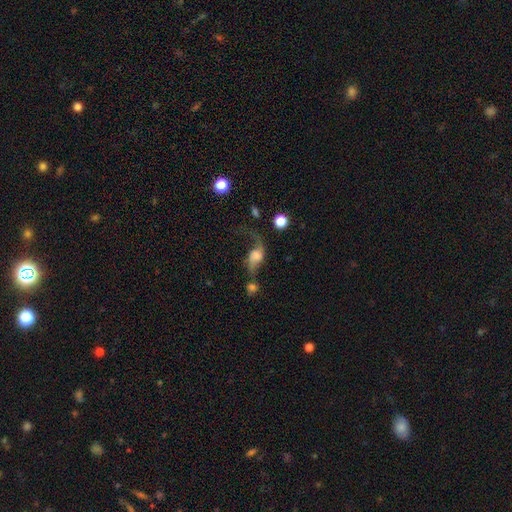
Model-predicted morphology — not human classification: smooth-or-featured: featured or disk: 68% | smooth: 22% | star or artifact: 10%
  disk-edge-on: no: 94% | yes: 6%
    bar: no: 64% | weak: 29% | strong: 6%
    has-spiral-arms: yes: 91% | no: 9%
      spiral-winding: loose: 91% | medium: 7% | tight: 2%
      spiral-arm-count: 2: 83% | 1: 12% | can't tell: 2% | 3: 1% | 4: 1% | more than 4: 1%
    bulge-size: large: 29% | moderate: 24% | none: 21% | small: 16% | dominant: 9%
  merging: none: 36% | major disturbance: 27% | merger: 21% | minor disturbance: 17%